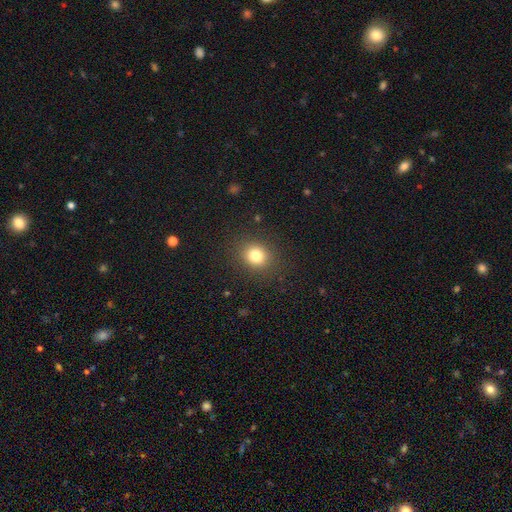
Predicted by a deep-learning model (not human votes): Smooth or featured? Predicted: smooth (p=0.80). How rounded? Predicted: round (p=0.76). Merging? Predicted: none (p=0.87).